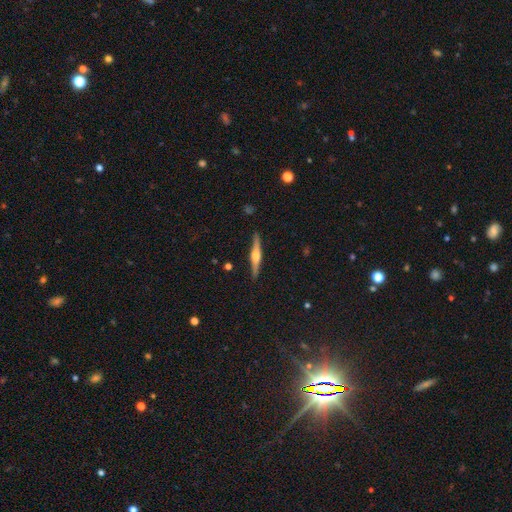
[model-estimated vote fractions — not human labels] Smooth or featured: featured or disk — 72% (smooth — 22%)
Edge-on disk: yes — 98% (no — 2%)
Edge-on bulge: rounded — 92% (boxy — 5%)
Merging: none — 90% (minor disturbance — 7%)